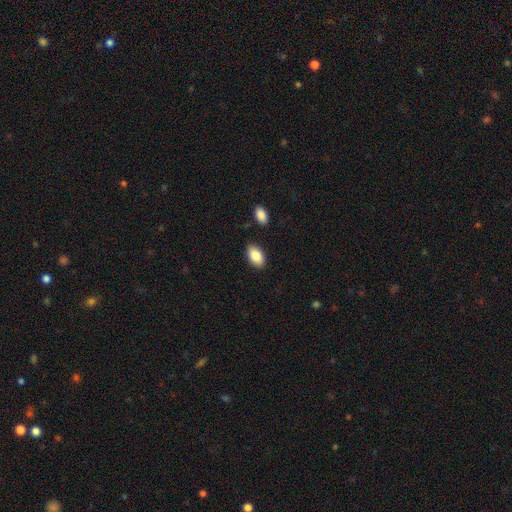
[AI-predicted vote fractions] Smooth or featured? Predicted: smooth (p=0.86). How rounded? Predicted: in between (p=0.93). Merging? Predicted: none (p=0.86).